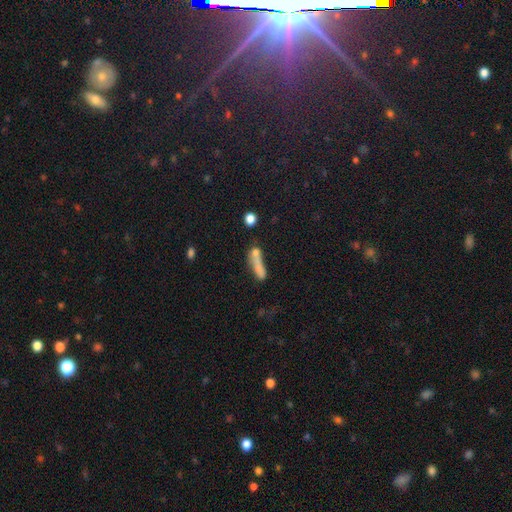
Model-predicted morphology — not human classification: smooth_or_featured: smooth (p=0.67) [alt: featured or disk p=0.21]
how_rounded: cigar-shaped (p=0.61) [alt: in between p=0.30]
merging: merger (p=0.35) [alt: none p=0.33]